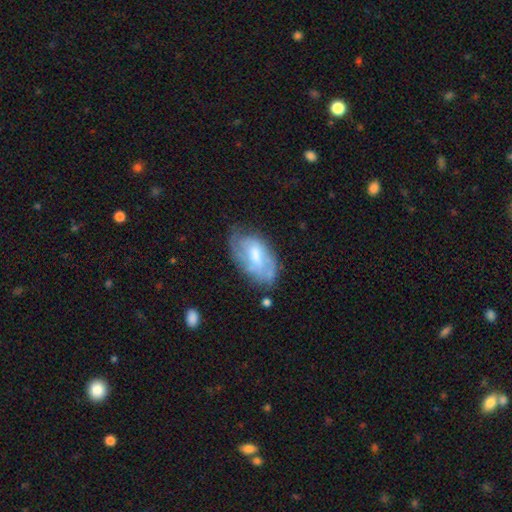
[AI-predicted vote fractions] Morphology: type=featured or disk (61%); edge-on=no (94%); bar=weak (50%); spiral arms=yes (73%); bulge=moderate (55%); merging=none (59%).